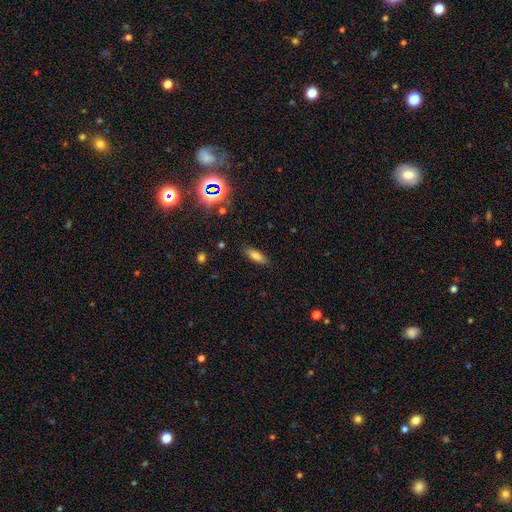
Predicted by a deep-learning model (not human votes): smooth 76%, featured or disk 13%, star or artifact 10%. Down the decision tree: how rounded — in between (58%); merging — none (86%).